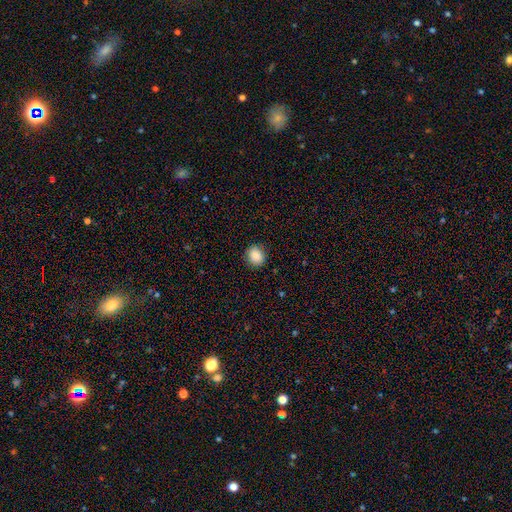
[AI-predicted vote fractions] A smooth galaxy with no disk features (86%) that is round (70%).

Vote fractions:
- Smooth or featured? smooth: 86% / star or artifact: 9% / featured or disk: 5%
- How rounded? round: 70% / in between: 30% / cigar-shaped: 1%
- Merging? none: 88% / minor disturbance: 9% / major disturbance: 2% / merger: 1%